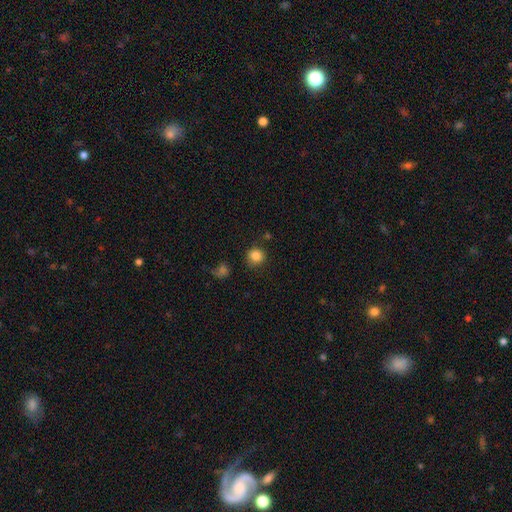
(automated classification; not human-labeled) smooth 85%, star or artifact 11%, featured or disk 4%. Down the decision tree: how rounded — round (91%); merging — none (84%).